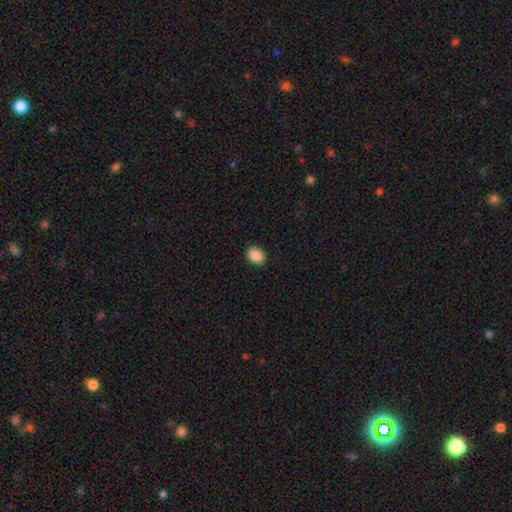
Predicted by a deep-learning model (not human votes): Overall: smooth (88%). How rounded: in between (63%; round 36%). Merging: none (86%).